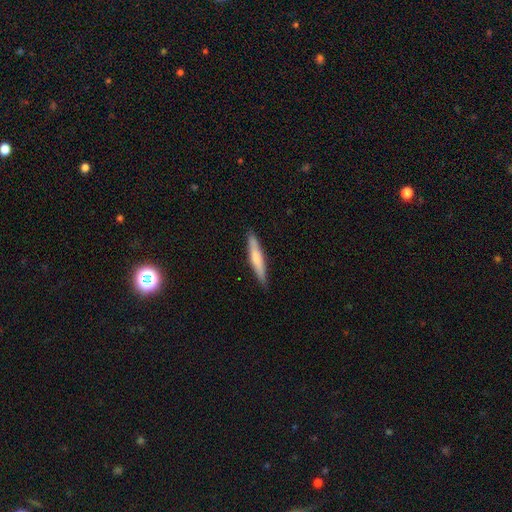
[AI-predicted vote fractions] This is likely a smooth galaxy (60%). How rounded: clearly cigar-shaped (92%). Merging: clearly none (88%).